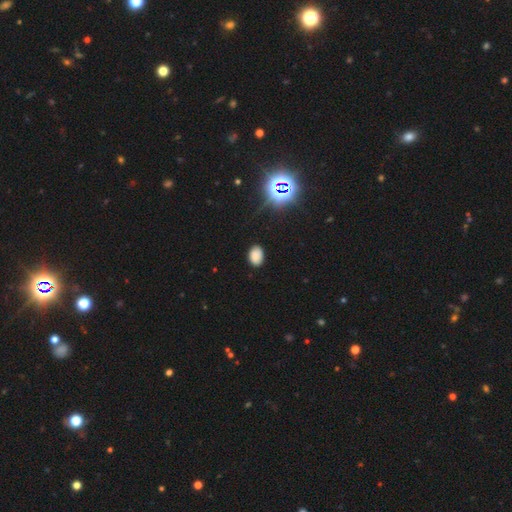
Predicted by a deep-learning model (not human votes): smooth 79%, star or artifact 16%, featured or disk 5%. Down the decision tree: how rounded — in between (85%); merging — none (84%).